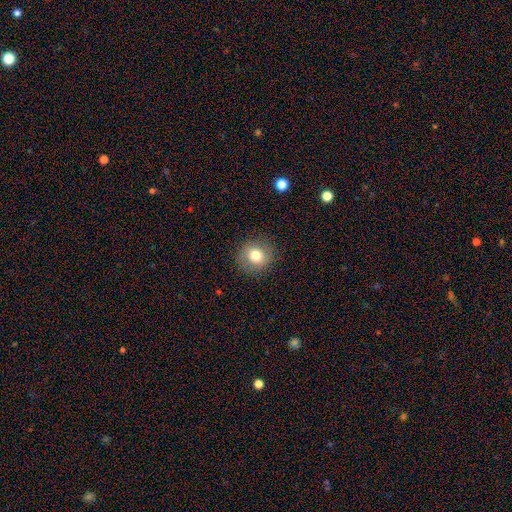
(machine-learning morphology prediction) This appears to be a smooth galaxy with no disk features (75%) that is round (89%). Merging: none (87%).